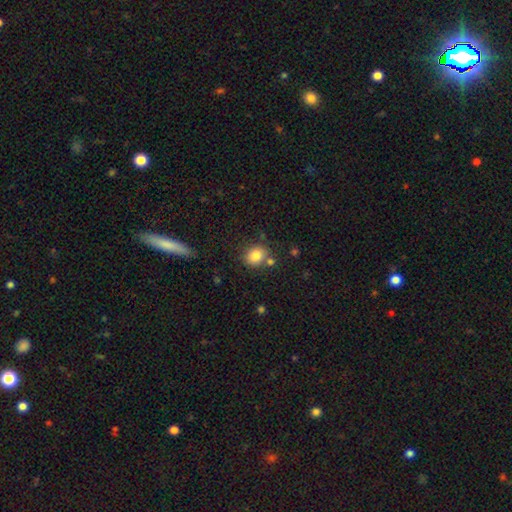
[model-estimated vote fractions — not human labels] Smooth or featured?
  - smooth: 82% *
  - star or artifact: 11%
  - featured or disk: 7%
How rounded?
  - round: 69% *
  - in between: 31%
  - cigar-shaped: 1%
Merging?
  - none: 74% *
  - minor disturbance: 12%
  - merger: 11%
  - major disturbance: 3%